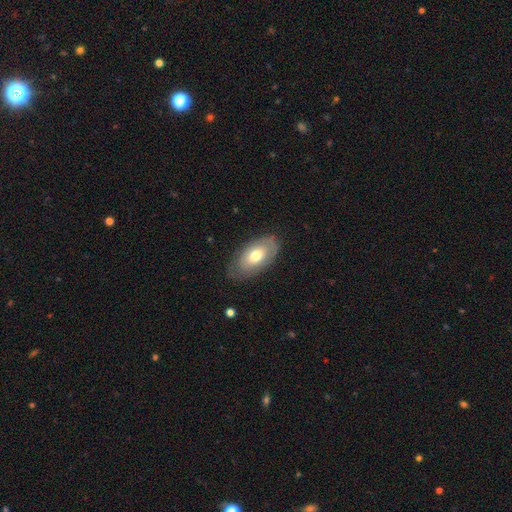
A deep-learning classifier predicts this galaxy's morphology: Smooth or featured: smooth — 58% (featured or disk — 36%)
How rounded: in between — 93% (round — 4%)
Merging: none — 74% (minor disturbance — 19%)